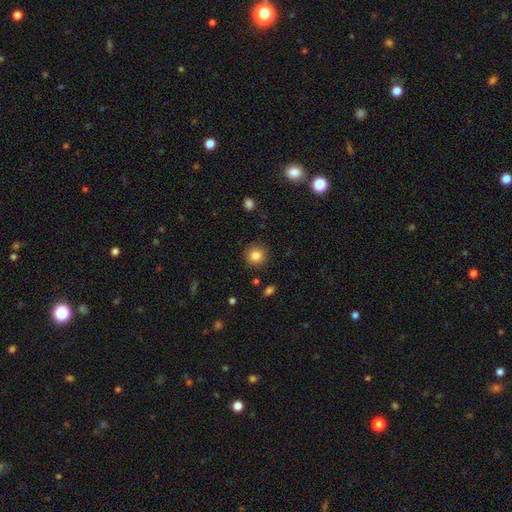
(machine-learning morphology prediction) type=smooth (84%); roundness=round (93%); merging=none (91%).